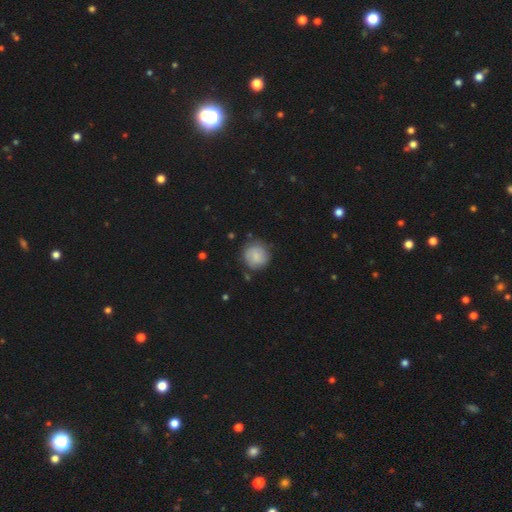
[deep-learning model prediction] Morphology: type=smooth (77%); roundness=round (89%); merging=none (74%).